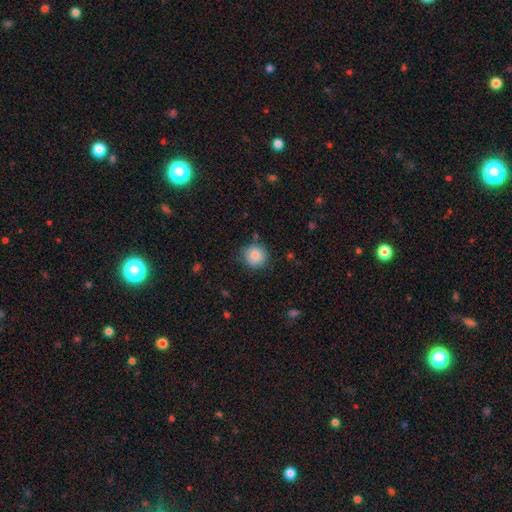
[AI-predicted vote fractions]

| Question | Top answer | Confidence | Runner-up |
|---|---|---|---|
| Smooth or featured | smooth | 85% | star or artifact (9%) |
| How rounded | round | 92% | in between (7%) |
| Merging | none | 81% | minor disturbance (14%) |